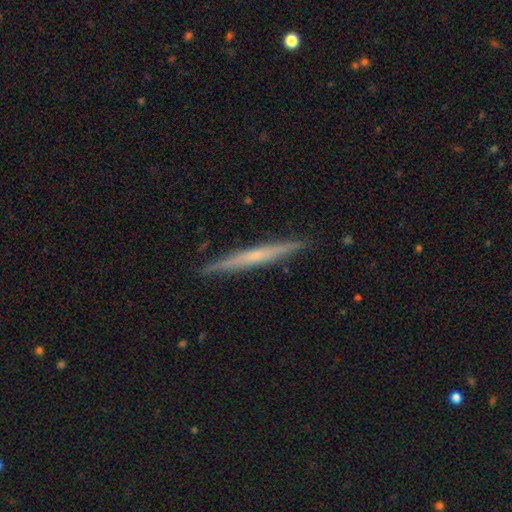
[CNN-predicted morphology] featured or disk 59%, smooth 36%, star or artifact 6%. Down the decision tree: edge-on disk — yes (97%); edge-on bulge — none (64%); merging — none (91%).